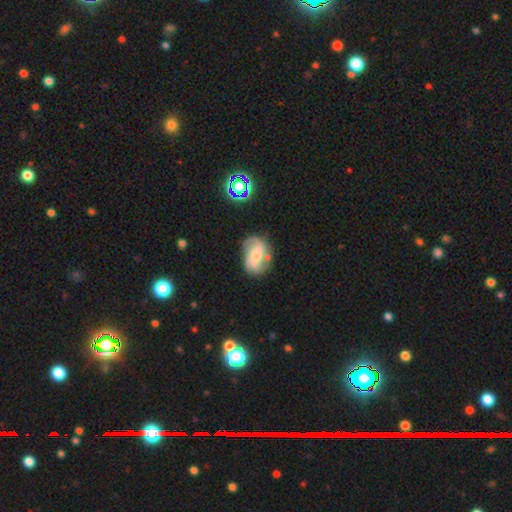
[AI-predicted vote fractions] Smooth or featured?
  - featured or disk: 62% *
  - smooth: 30%
  - star or artifact: 9%
Edge-on disk?
  - no: 97% *
  - yes: 3%
Bar?
  - no: 44% *
  - weak: 37%
  - strong: 19%
Spiral arms?
  - yes: 87% *
  - no: 13%
Spiral winding?
  - medium: 42% *
  - loose: 36%
  - tight: 22%
Spiral arm count?
  - 2: 81% *
  - can't tell: 10%
  - 1: 4%
  - 3: 3%
  - 4: 1%
  - more than 4: 1%
Bulge size?
  - small: 51% *
  - moderate: 33%
  - none: 7%
  - large: 6%
  - dominant: 2%
Merging?
  - none: 63% *
  - minor disturbance: 22%
  - major disturbance: 9%
  - merger: 7%